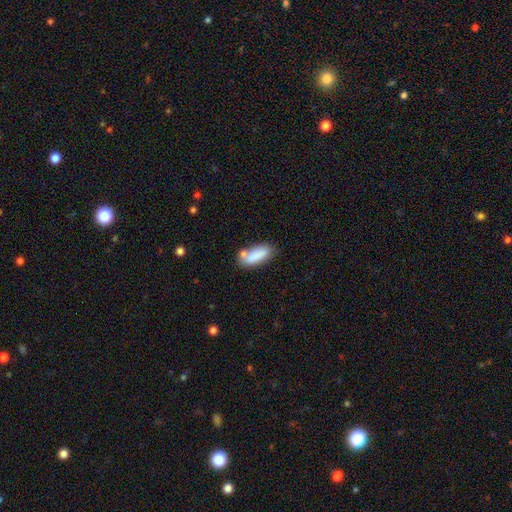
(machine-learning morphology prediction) This appears to be a smooth galaxy with no disk features (83%) that is in between round and cigar-shaped (66%). Merging: none (60%).